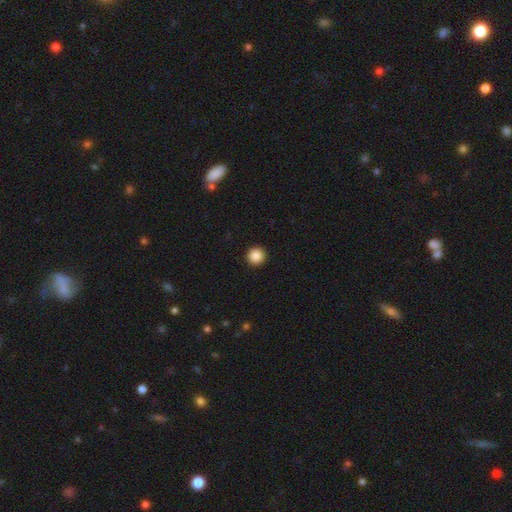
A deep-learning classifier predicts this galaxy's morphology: A smooth galaxy with no disk features (87%) that is round (96%).

Vote fractions:
- Smooth or featured? smooth: 87% / star or artifact: 10% / featured or disk: 3%
- How rounded? round: 96% / in between: 3% / cigar-shaped: 1%
- Merging? none: 94% / minor disturbance: 4% / major disturbance: 1% / merger: 1%